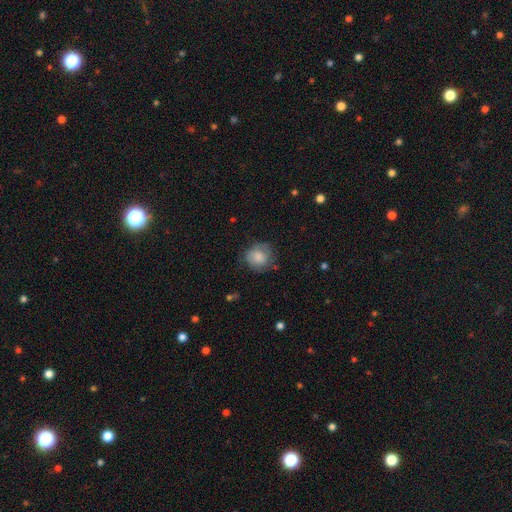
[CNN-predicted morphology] smooth_or_featured: smooth (p=0.79) [alt: featured or disk p=0.14]
how_rounded: round (p=0.85) [alt: in between p=0.14]
merging: none (p=0.69) [alt: minor disturbance p=0.22]